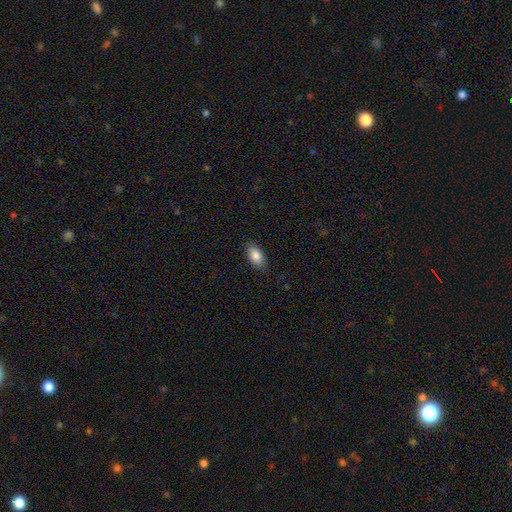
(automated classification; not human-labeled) smooth_or_featured: smooth (p=0.86) [alt: featured or disk p=0.07]
how_rounded: in between (p=0.92) [alt: round p=0.04]
merging: none (p=0.86) [alt: minor disturbance p=0.11]